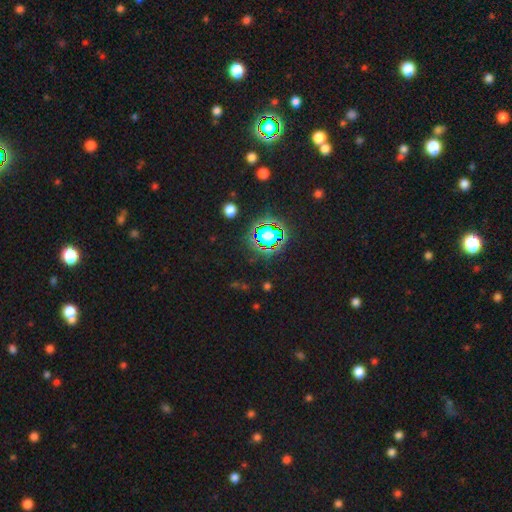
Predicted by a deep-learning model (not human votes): smooth_or_featured: star or artifact (p=0.80) [alt: smooth p=0.13]